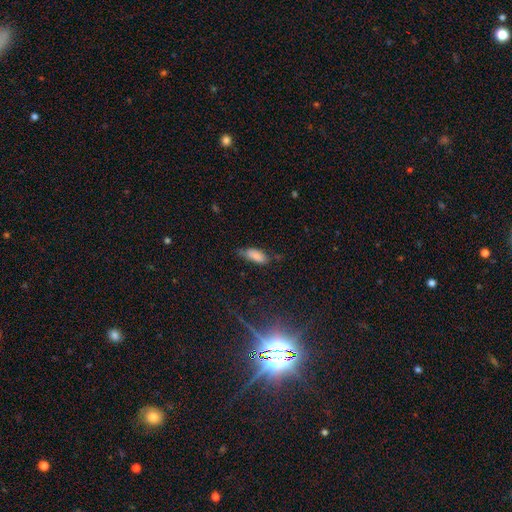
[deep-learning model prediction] This appears to be a smooth galaxy with no disk features (80%) that is in between round and cigar-shaped (79%). Merging: none (51%).